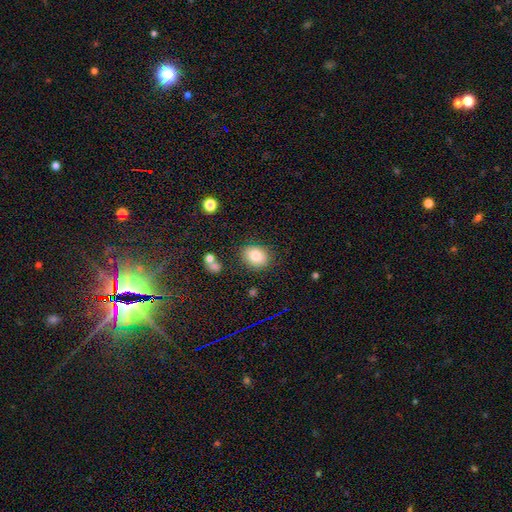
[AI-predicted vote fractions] Smooth or featured?
  - smooth: 83% *
  - star or artifact: 9%
  - featured or disk: 8%
How rounded?
  - in between: 56% *
  - round: 43%
  - cigar-shaped: 1%
Merging?
  - none: 81% *
  - minor disturbance: 12%
  - merger: 3%
  - major disturbance: 3%